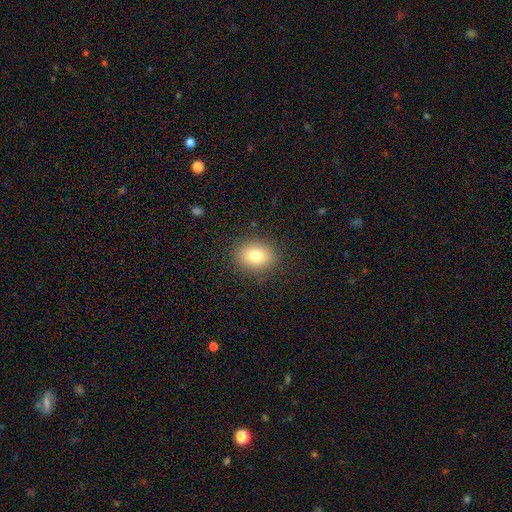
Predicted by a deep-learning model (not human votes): Smooth or featured? Predicted: smooth (p=0.80). How rounded? Predicted: in between (p=0.57). Merging? Predicted: none (p=0.88).